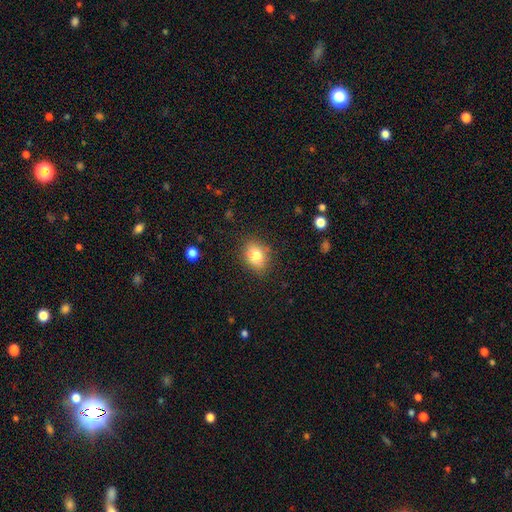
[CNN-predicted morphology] A smooth galaxy with no disk features (82%) that is in between round and cigar-shaped (61%). Merging: none (82%).